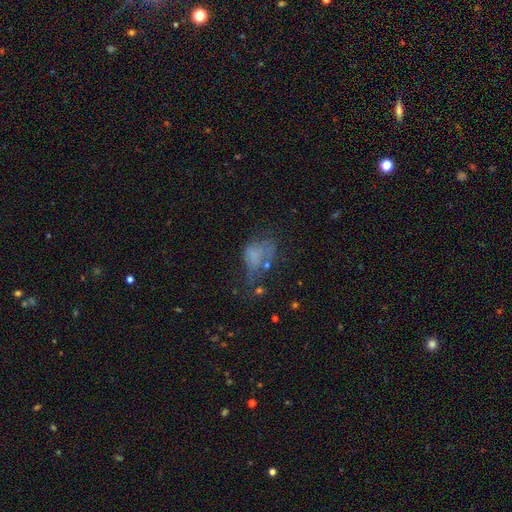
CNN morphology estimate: The model was most divided on "smooth or featured": smooth: 48%, featured or disk: 33%, star or artifact: 19%. Remaining: merging — major disturbance (44%).